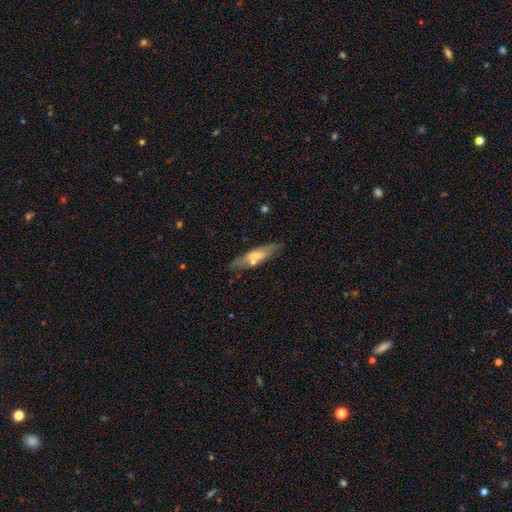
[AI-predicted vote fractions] smooth-or-featured: smooth: 57% | featured or disk: 37% | star or artifact: 7%
  how-rounded: cigar-shaped: 64% | in between: 33% | round: 2%
  merging: none: 75% | minor disturbance: 14% | merger: 8% | major disturbance: 3%